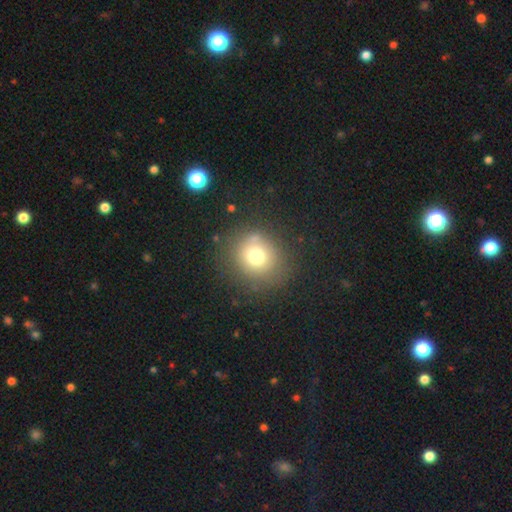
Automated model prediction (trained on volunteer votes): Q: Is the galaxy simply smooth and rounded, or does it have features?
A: smooth — 72%.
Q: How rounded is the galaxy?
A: round — 87%.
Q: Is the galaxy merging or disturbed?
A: none — 79%.